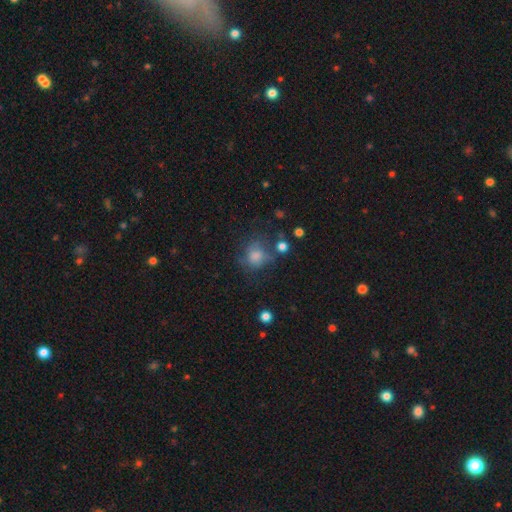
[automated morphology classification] Smooth or featured: smooth — 63% (featured or disk — 20%)
How rounded: round — 70% (in between — 28%)
Merging: none — 52% (minor disturbance — 23%)